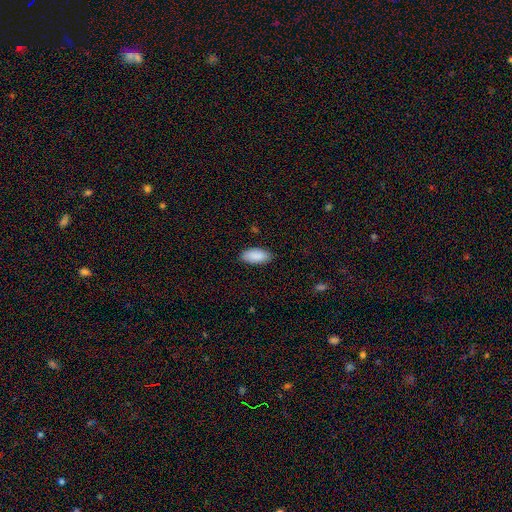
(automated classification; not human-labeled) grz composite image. It shows a smooth galaxy with no disk features (90%) that is in between round and cigar-shaped (92%). Merging: none (87%).